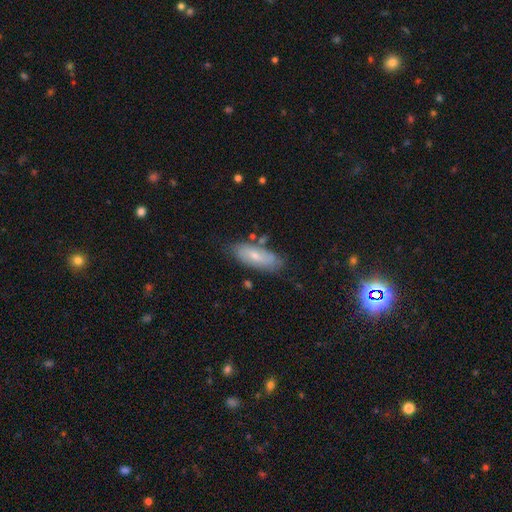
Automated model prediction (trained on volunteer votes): Smooth or featured? Predicted: smooth (p=0.58). How rounded? Predicted: in between (p=0.73). Merging? Predicted: none (p=0.72).